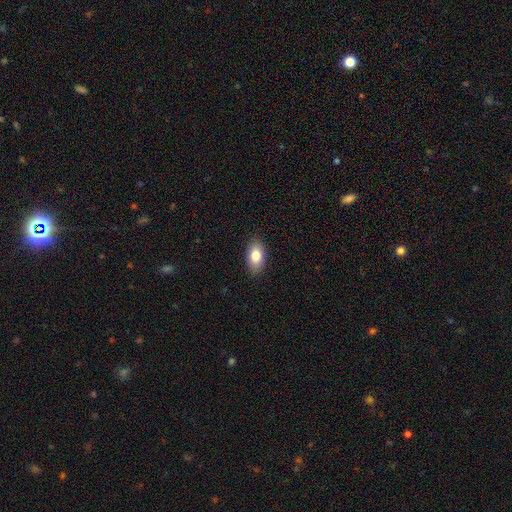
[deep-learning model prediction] smooth_or_featured: smooth (p=0.82) [alt: featured or disk p=0.10]
how_rounded: in between (p=0.92) [alt: round p=0.05]
merging: none (p=0.88) [alt: minor disturbance p=0.09]